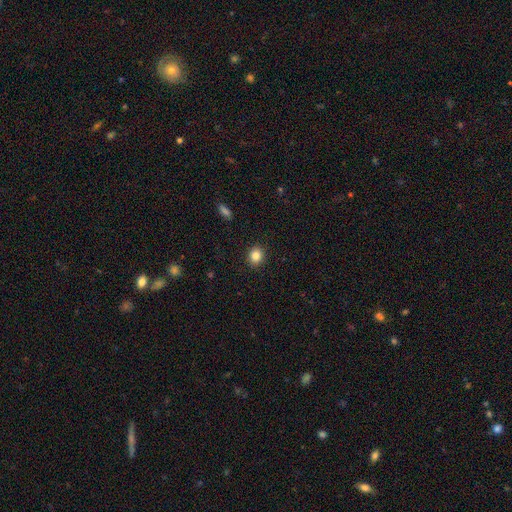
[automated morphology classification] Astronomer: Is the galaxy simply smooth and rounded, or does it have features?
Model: smooth — 84%.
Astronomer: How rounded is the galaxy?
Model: round — 75%.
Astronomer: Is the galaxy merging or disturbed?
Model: none — 91%.